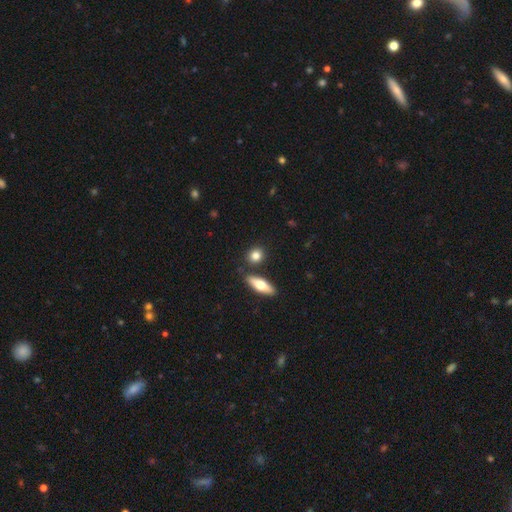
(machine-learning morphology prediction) The model was most divided on "how rounded": round: 58%, in between: 35%, cigar-shaped: 7%. More confident: smooth or featured — smooth (80%); merging — none (80%).